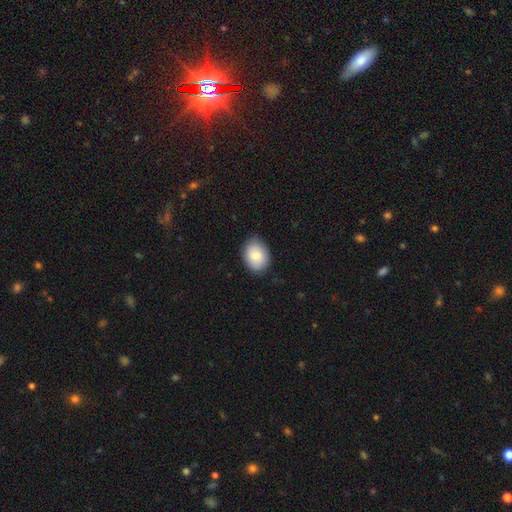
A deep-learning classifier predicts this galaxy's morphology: A smooth galaxy with no disk features (82%) that is in between round and cigar-shaped (60%).

Vote fractions:
- Smooth or featured? smooth: 82% / featured or disk: 11% / star or artifact: 7%
- How rounded? in between: 60% / round: 39% / cigar-shaped: 1%
- Merging? none: 83% / minor disturbance: 13% / major disturbance: 2% / merger: 1%